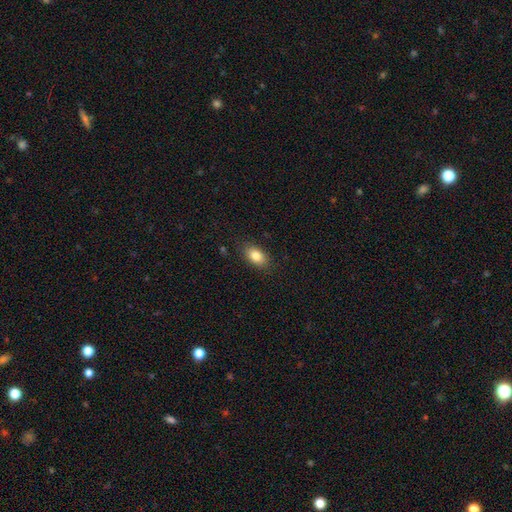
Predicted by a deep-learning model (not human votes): smooth_or_featured: smooth (p=0.83) [alt: featured or disk p=0.09]
how_rounded: in between (p=0.89) [alt: round p=0.08]
merging: none (p=0.85) [alt: minor disturbance p=0.11]